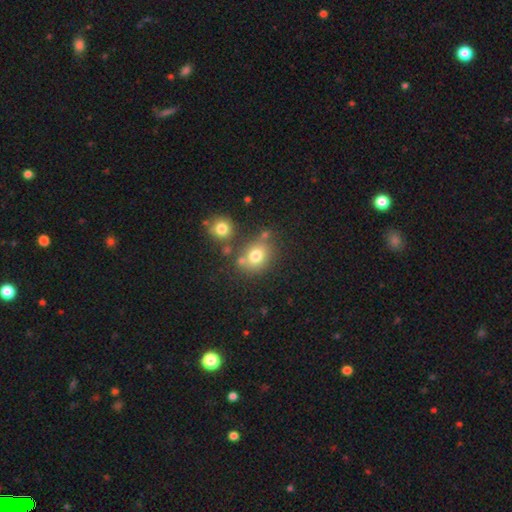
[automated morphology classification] The model was most divided on "how rounded": round: 61%, in between: 38%, cigar-shaped: 1%. More confident: smooth or featured — smooth (76%); merging — none (65%).